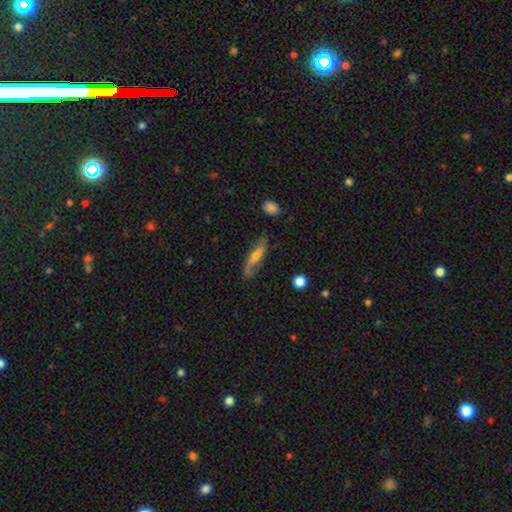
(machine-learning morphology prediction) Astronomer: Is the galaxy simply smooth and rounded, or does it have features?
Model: featured or disk — 61%.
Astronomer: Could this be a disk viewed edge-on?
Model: no — 66%.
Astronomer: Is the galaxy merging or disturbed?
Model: none — 69%.